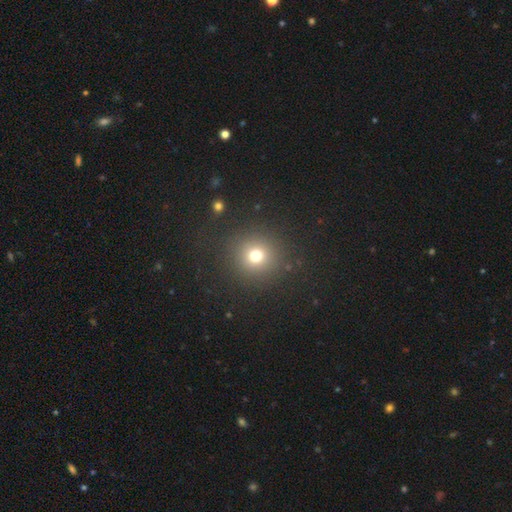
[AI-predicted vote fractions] This is likely a smooth galaxy (71%). How rounded: clearly round (93%). Merging: clearly none (88%).